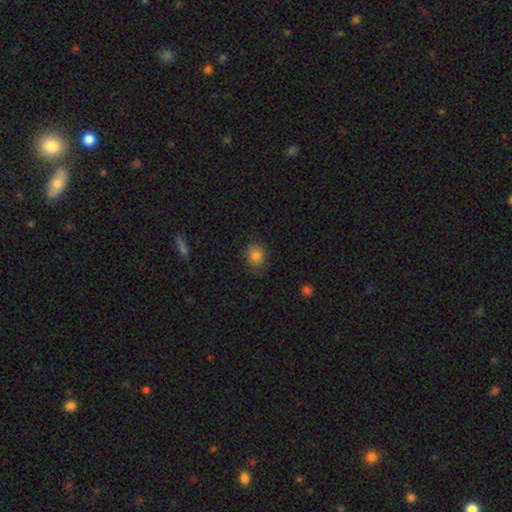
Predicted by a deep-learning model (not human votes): The model was most divided on "how rounded": round: 68%, in between: 31%, cigar-shaped: 1%. More confident: smooth or featured — smooth (84%); merging — none (81%).